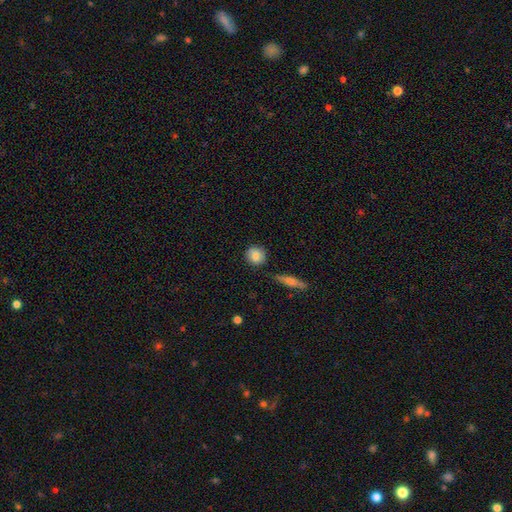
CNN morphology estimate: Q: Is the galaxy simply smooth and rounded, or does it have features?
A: smooth — 84%.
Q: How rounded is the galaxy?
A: round — 86%.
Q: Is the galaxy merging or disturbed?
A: none — 82%.